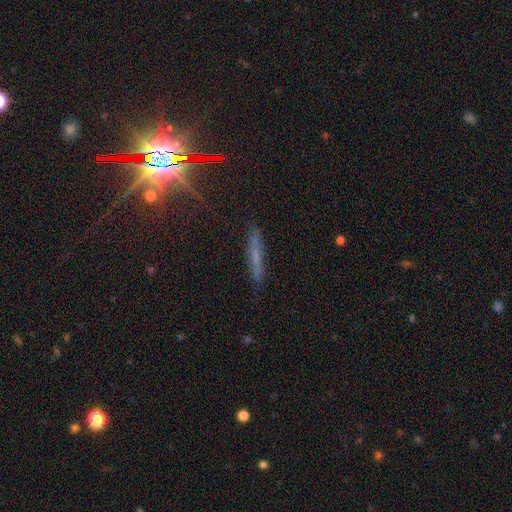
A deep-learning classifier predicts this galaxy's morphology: smooth 41%, featured or disk 36%, star or artifact 23%. Down the decision tree: merging — none (84%).